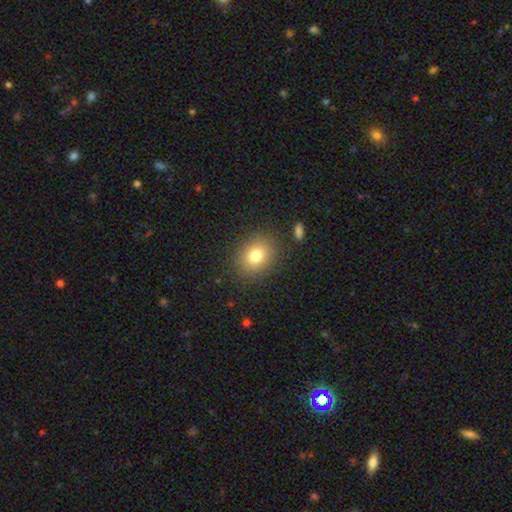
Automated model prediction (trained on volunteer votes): Overall: smooth (78%). How rounded: in between (50%; round 49%). Merging: none (85%).